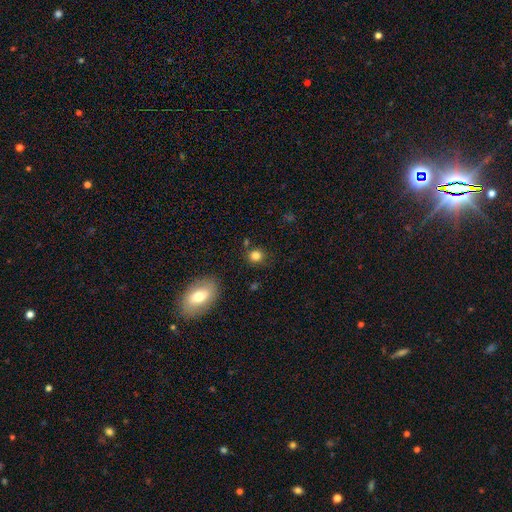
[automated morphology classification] Overall: smooth (82%). How rounded: round (79%). Merging: none (82%).